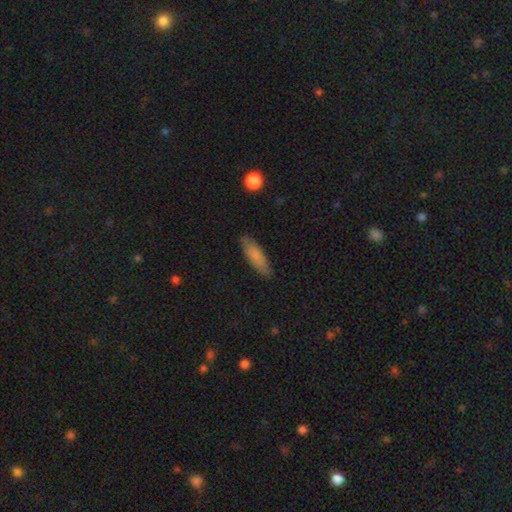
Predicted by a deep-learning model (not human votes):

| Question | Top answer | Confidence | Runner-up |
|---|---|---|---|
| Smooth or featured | smooth | 80% | featured or disk (13%) |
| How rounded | in between | 51% | cigar-shaped (48%) |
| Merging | none | 83% | minor disturbance (13%) |